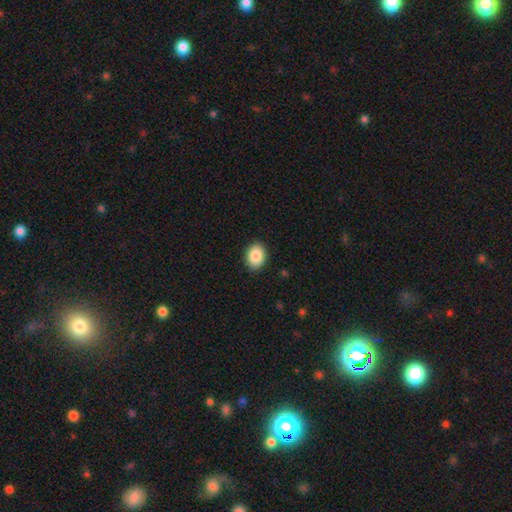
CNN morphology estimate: smooth-or-featured: smooth: 87% | star or artifact: 7% | featured or disk: 5%
  how-rounded: in between: 66% | round: 33% | cigar-shaped: 1%
  merging: none: 91% | minor disturbance: 7% | major disturbance: 2% | merger: 1%